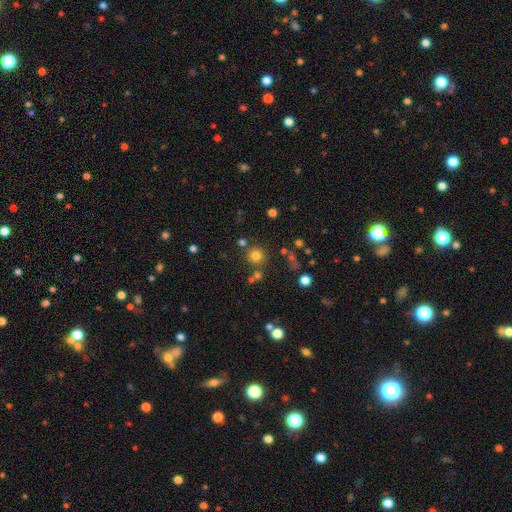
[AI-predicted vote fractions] Smooth or featured: smooth — 76% (star or artifact — 17%)
How rounded: round — 94% (in between — 5%)
Merging: none — 80% (merger — 9%)